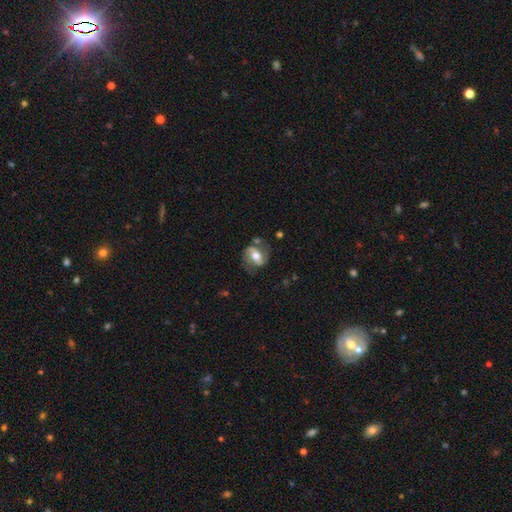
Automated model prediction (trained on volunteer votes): Smooth or featured? featured or disk (61%)
Edge-on disk? no (94%)
Bar? strong (41%)
Spiral arms? yes (73%)
Bulge size? moderate (68%)
Merging? none (64%)